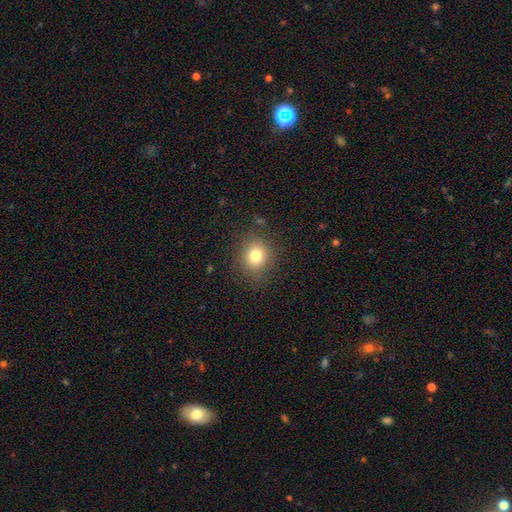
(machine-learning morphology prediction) type=smooth (78%); roundness=round (79%); merging=none (84%).